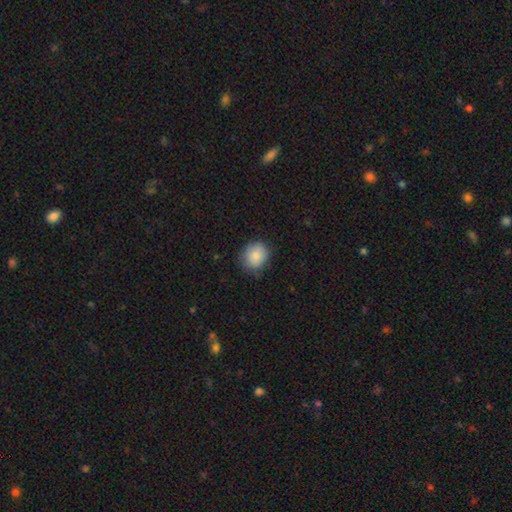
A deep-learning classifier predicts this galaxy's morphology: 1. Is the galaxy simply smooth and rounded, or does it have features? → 86% smooth, 8% star or artifact, 6% featured or disk.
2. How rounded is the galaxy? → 77% round, 22% in between, 1% cigar-shaped.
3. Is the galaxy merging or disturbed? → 77% none, 19% minor disturbance, 4% major disturbance, 1% merger.